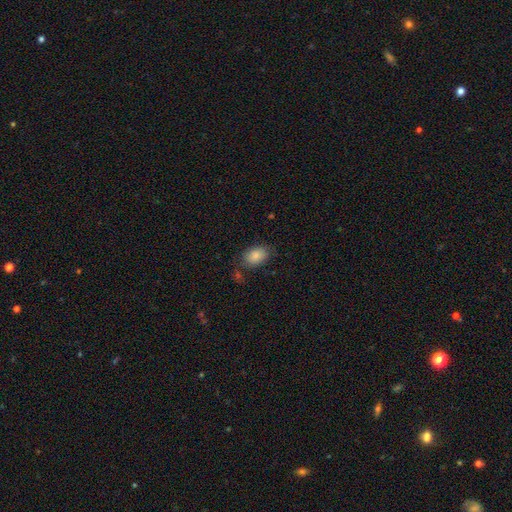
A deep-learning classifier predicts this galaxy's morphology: Smooth or featured? Predicted: smooth (p=0.86). How rounded? Predicted: in between (p=0.87). Merging? Predicted: none (p=0.75).